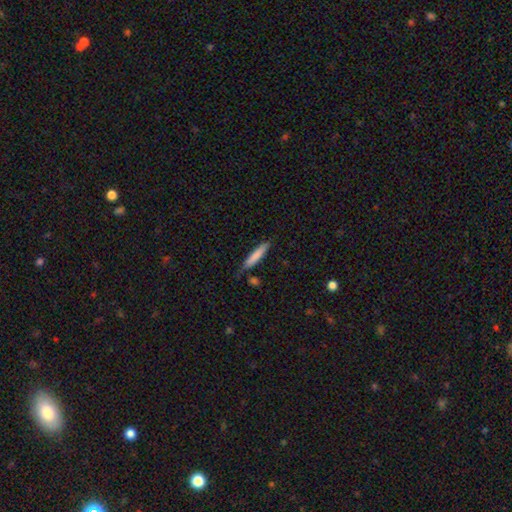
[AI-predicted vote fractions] Smooth or featured: smooth — 79% (featured or disk — 16%)
How rounded: cigar-shaped — 90% (in between — 8%)
Merging: none — 76% (minor disturbance — 17%)